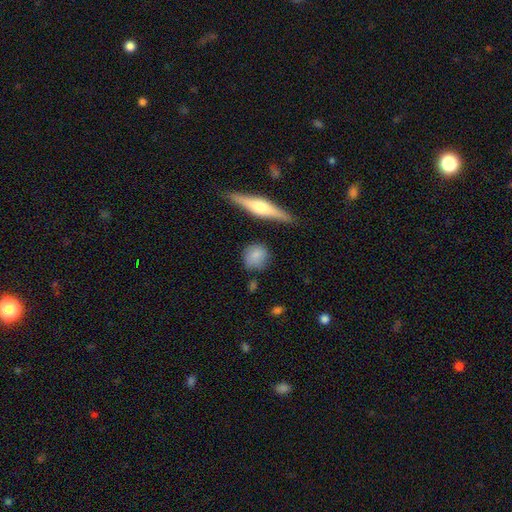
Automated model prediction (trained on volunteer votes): Smooth or featured? Predicted: smooth (p=0.80). How rounded? Predicted: round (p=0.72). Merging? Predicted: none (p=0.76).